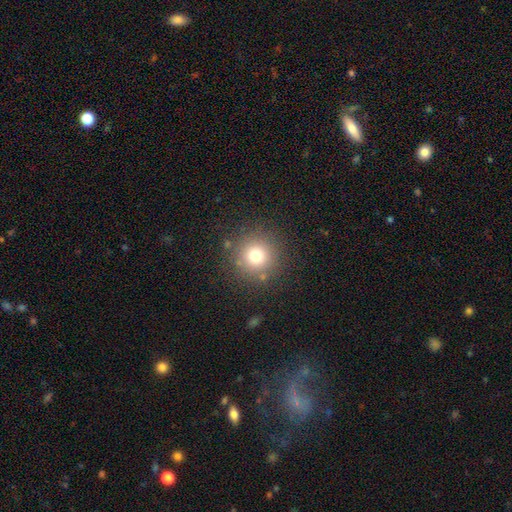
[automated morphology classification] smooth 74%, star or artifact 16%, featured or disk 10%. Down the decision tree: how rounded — round (95%); merging — none (86%).